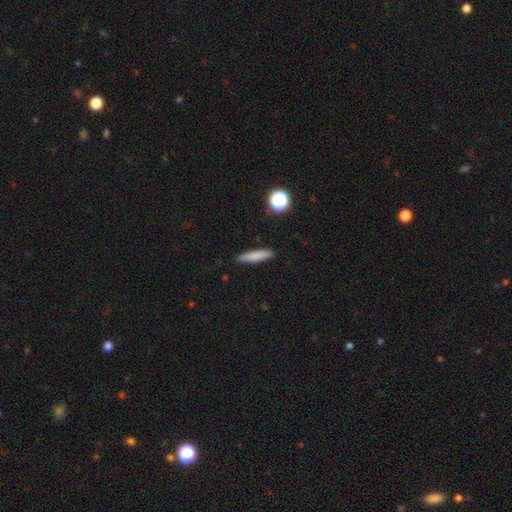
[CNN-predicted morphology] Overall: smooth (81%). How rounded: cigar-shaped (83%). Merging: none (88%).